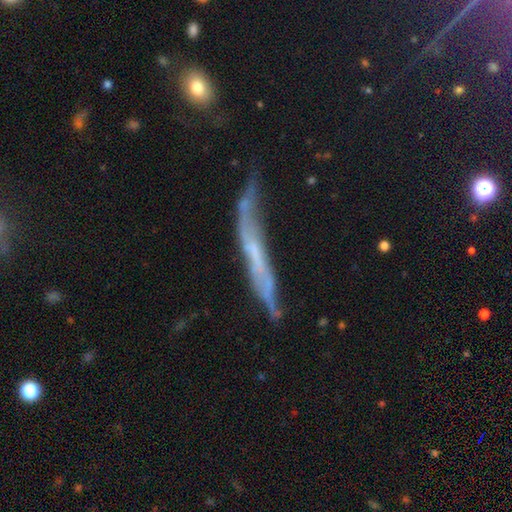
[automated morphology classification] smooth-or-featured: featured or disk: 61% | smooth: 28% | star or artifact: 11%
  disk-edge-on: yes: 69% | no: 31%
  merging: none: 43% | minor disturbance: 30% | major disturbance: 21% | merger: 6%